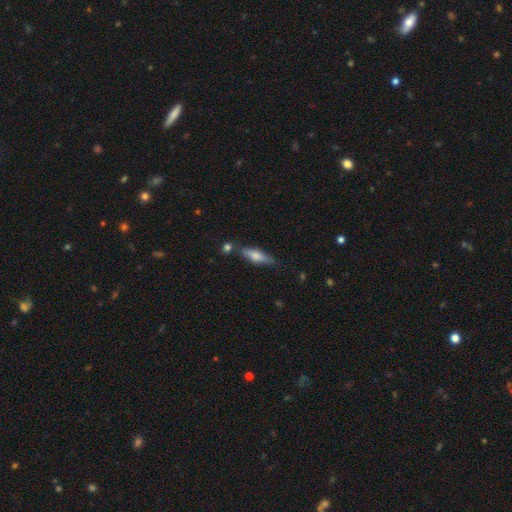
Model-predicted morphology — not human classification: type=smooth (64%); roundness=cigar-shaped (54%); merging=none (70%).